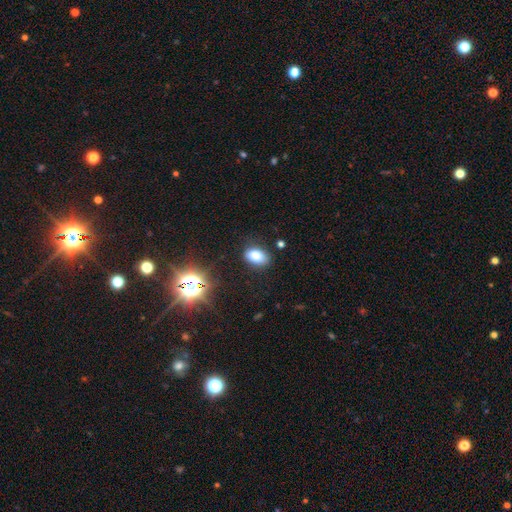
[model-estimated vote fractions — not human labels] This is likely a smooth galaxy (80%). How rounded: clearly in between (88%). Merging: clearly none (82%).